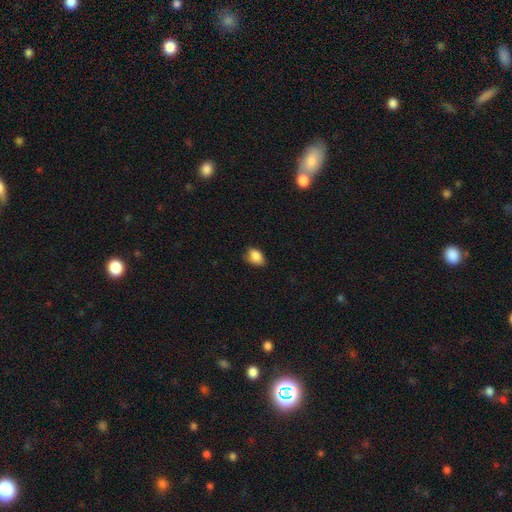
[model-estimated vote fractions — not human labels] The model was most divided on "merging": none: 65%, minor disturbance: 29%, major disturbance: 5%, merger: 1%. More confident: smooth or featured — smooth (86%); how rounded — in between (80%).